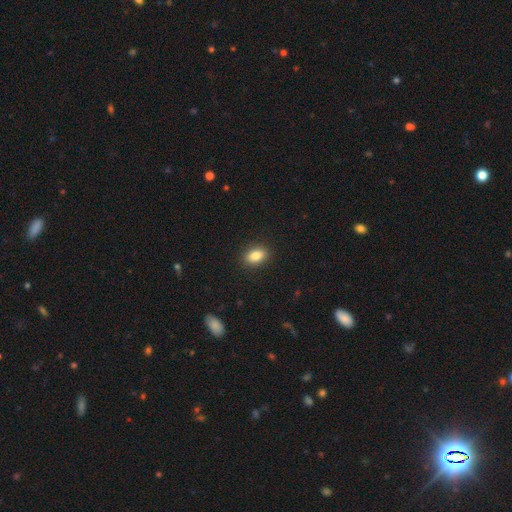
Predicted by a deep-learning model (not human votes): Smooth or featured? Predicted: smooth (p=0.86). How rounded? Predicted: in between (p=0.84). Merging? Predicted: none (p=0.90).